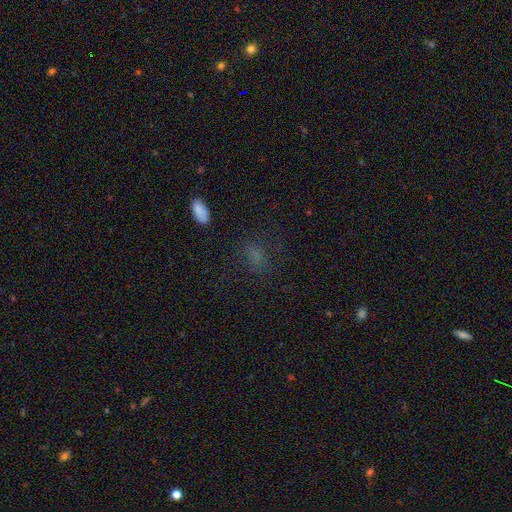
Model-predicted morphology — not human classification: Smooth or featured? Predicted: smooth (p=0.63). How rounded? Predicted: in between (p=0.63). Merging? Predicted: none (p=0.67).